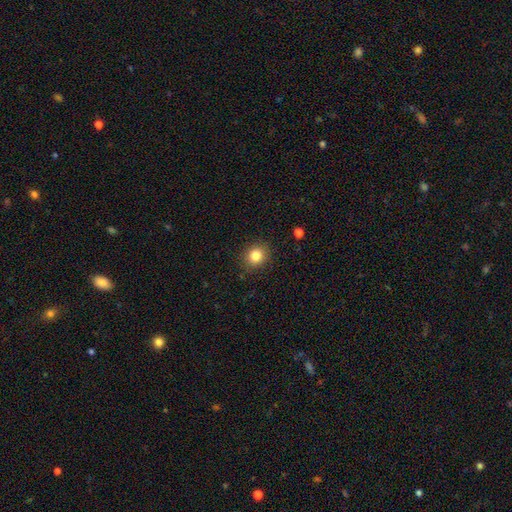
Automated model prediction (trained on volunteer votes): Smooth or featured? smooth (83%)
How rounded? round (74%)
Merging? none (89%)